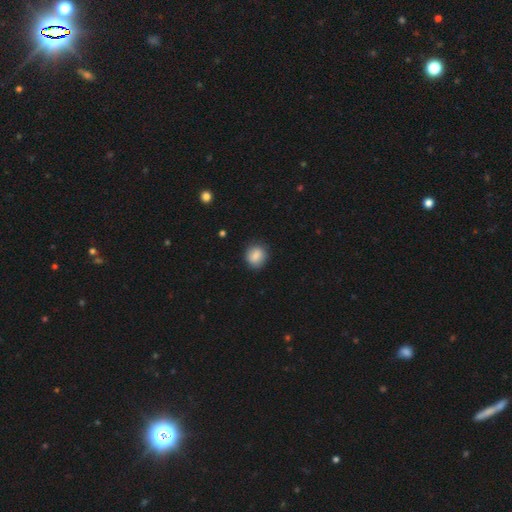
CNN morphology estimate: Overall: smooth (86%). How rounded: round (74%). Merging: none (85%).